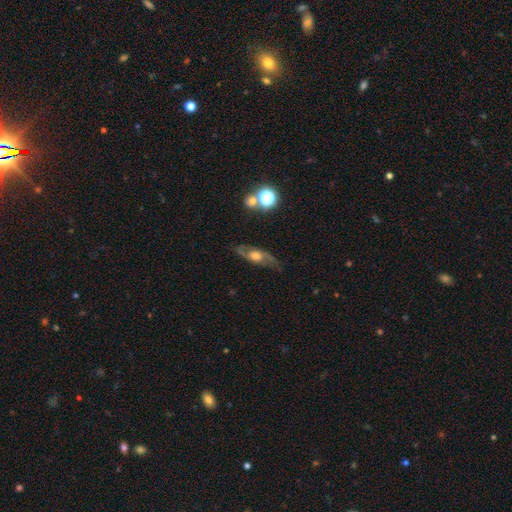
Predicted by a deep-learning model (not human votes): Smooth or featured? featured or disk (69%)
Edge-on disk? no (77%)
Bar? no (70%)
Spiral arms? yes (80%)
Bulge size? moderate (65%)
Merging? none (73%)